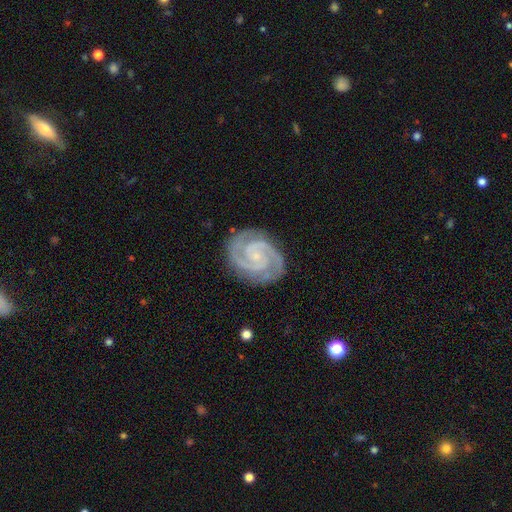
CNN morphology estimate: Smooth or featured: featured or disk — 93% (star or artifact — 4%)
Edge-on disk: no — 98% (yes — 2%)
Bar: no — 60% (weak — 30%)
Spiral arms: yes — 99% (no — 1%)
Spiral winding: tight — 63% (medium — 34%)
Spiral arm count: 2 — 88% (3 — 6%)
Bulge size: small — 80% (moderate — 11%)
Merging: none — 84% (minor disturbance — 12%)